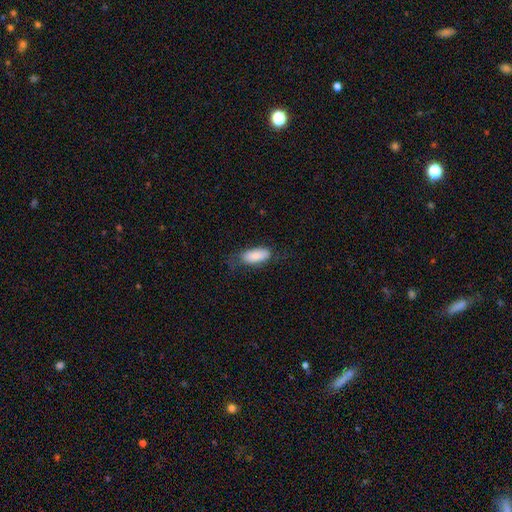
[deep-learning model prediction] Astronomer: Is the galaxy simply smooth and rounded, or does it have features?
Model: smooth — 83%.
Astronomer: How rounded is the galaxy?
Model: in between — 83%.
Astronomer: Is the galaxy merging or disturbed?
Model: none — 56%.